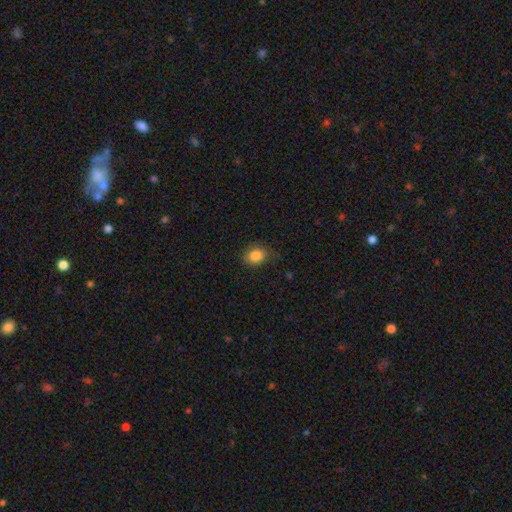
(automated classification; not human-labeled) Smooth or featured? smooth (85%)
How rounded? round (53%)
Merging? none (73%)